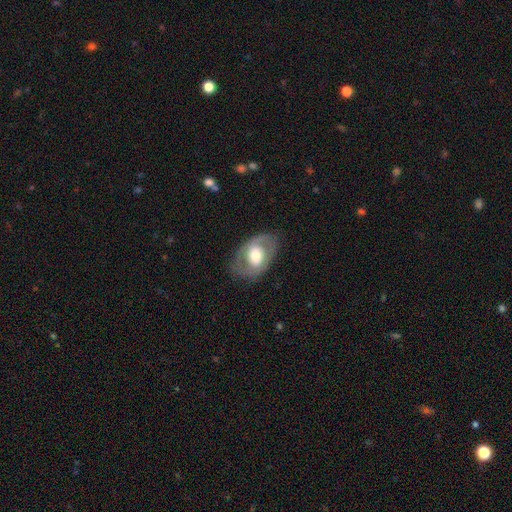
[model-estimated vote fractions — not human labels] featured or disk 58%, smooth 36%, star or artifact 6%. Down the decision tree: edge-on disk — no (93%); bar — no (59%); spiral arms — yes (50%, tied with no); bulge size — moderate (55%); merging — none (76%).